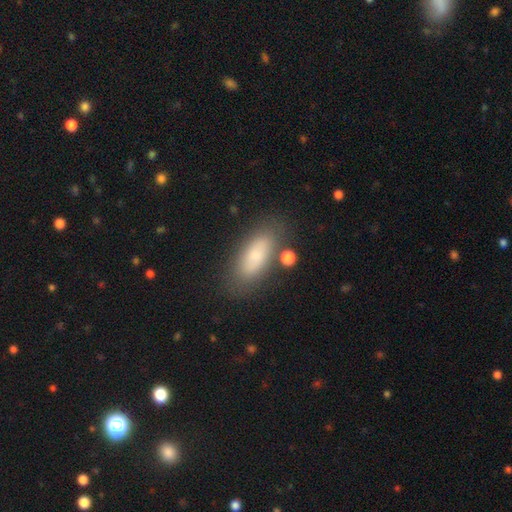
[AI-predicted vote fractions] Overall: smooth (75%). How rounded: in between (79%). Merging: none (75%).